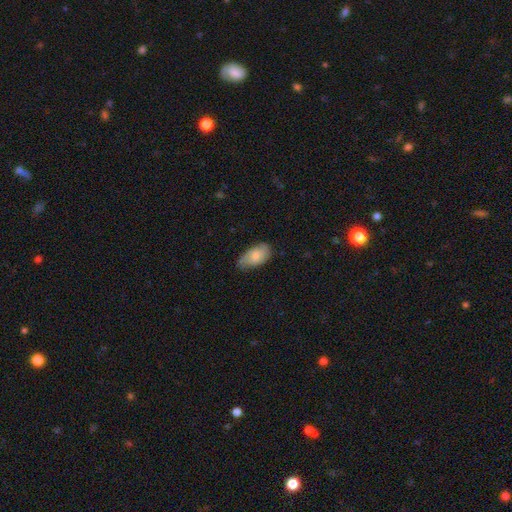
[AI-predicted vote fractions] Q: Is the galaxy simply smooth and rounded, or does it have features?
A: smooth — 73%.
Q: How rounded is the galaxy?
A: in between — 94%.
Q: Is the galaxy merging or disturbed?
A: none — 64%.